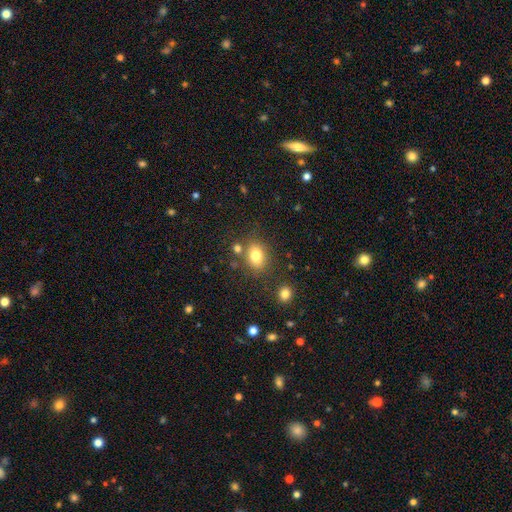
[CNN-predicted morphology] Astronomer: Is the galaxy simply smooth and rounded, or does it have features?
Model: smooth — 79%.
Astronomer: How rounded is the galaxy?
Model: in between — 63%.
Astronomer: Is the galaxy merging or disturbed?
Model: none — 74%.